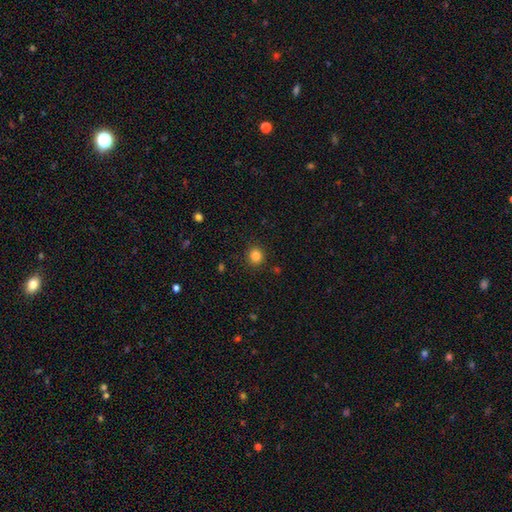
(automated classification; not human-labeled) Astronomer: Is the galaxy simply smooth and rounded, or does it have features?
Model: smooth — 84%.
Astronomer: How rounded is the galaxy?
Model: round — 87%.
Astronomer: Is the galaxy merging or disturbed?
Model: none — 90%.